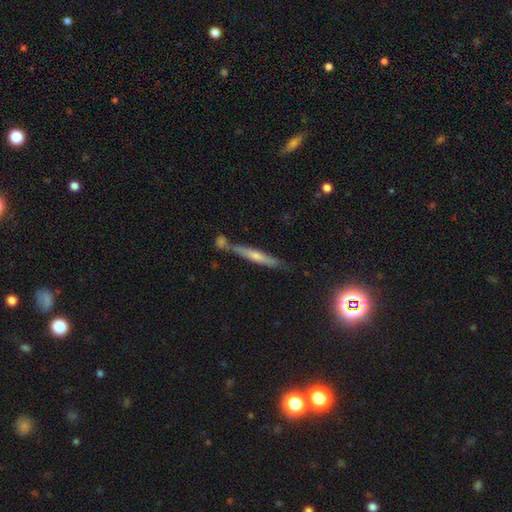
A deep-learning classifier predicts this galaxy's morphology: Smooth or featured: featured or disk — 51% (smooth — 38%)
Edge-on disk: yes — 93% (no — 7%)
Merging: none — 69% (merger — 15%)